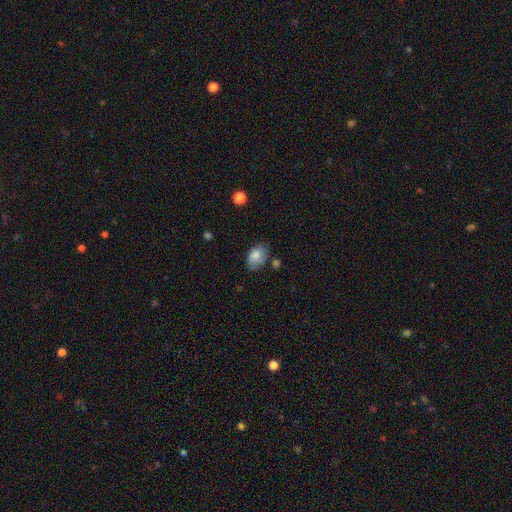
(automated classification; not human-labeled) smooth 79%, featured or disk 13%, star or artifact 8%. Down the decision tree: how rounded — in between (83%); merging — none (63%).